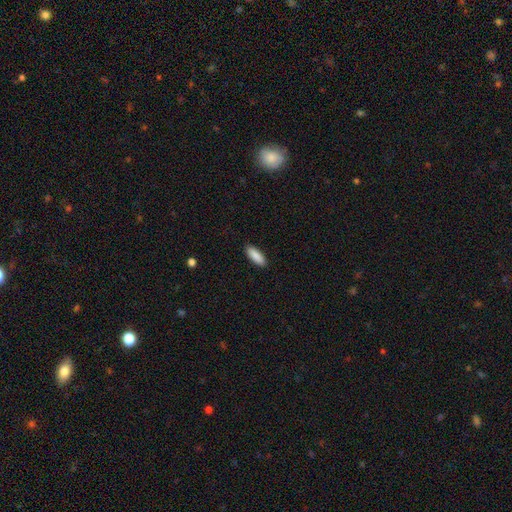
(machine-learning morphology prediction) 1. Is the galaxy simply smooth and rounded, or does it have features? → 90% smooth, 6% star or artifact, 5% featured or disk.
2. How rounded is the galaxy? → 64% in between, 34% cigar-shaped, 2% round.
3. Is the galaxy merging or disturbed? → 90% none, 7% minor disturbance, 2% major disturbance, 1% merger.